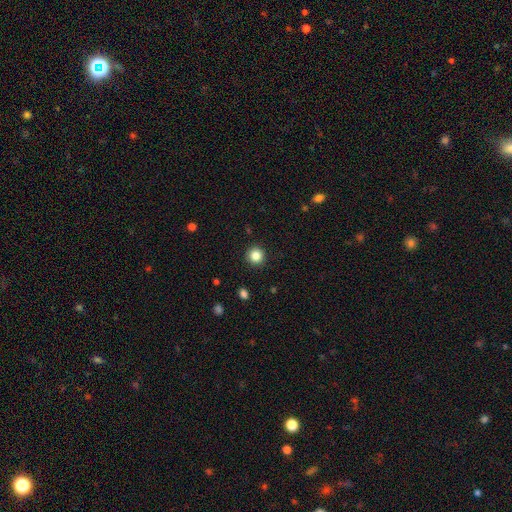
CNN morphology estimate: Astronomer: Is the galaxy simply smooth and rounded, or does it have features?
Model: smooth — 85%.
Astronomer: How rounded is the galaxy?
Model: round — 95%.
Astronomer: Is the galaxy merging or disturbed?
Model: none — 92%.